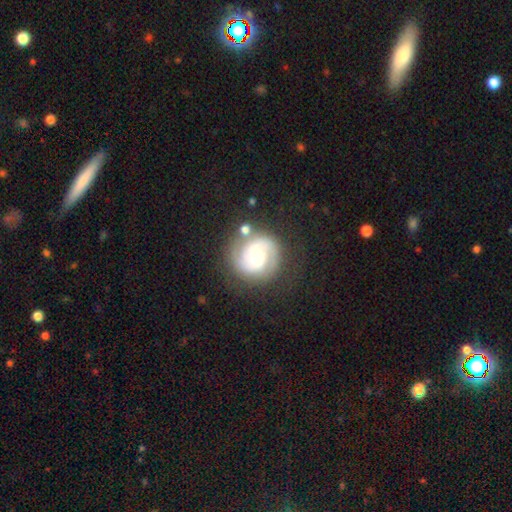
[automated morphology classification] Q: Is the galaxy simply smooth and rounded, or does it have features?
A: featured or disk — 83%.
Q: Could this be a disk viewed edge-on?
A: no — 98%.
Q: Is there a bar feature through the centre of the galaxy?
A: no — 49%.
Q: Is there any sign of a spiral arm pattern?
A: yes — 97%.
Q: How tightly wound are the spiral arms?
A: tight — 51%.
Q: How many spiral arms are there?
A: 2 — 83%.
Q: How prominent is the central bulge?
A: moderate — 40%, tied with small.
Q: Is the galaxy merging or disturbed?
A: none — 75%.